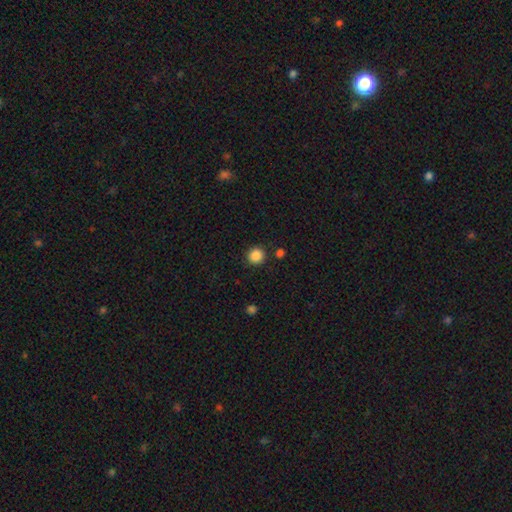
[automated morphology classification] Smooth or featured: smooth — 87% (star or artifact — 10%)
How rounded: round — 93% (in between — 6%)
Merging: none — 89% (minor disturbance — 6%)